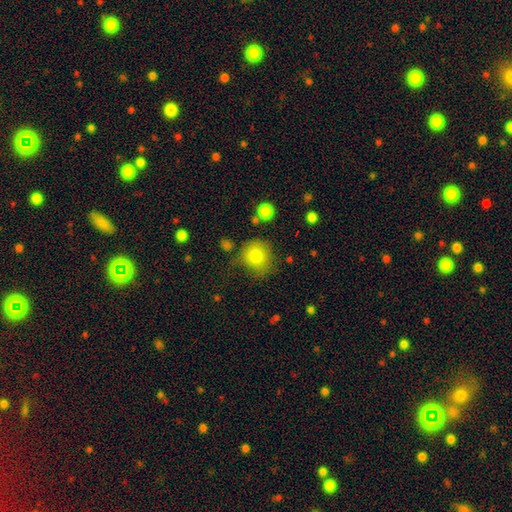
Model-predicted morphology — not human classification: smooth-or-featured: smooth: 79% | star or artifact: 12% | featured or disk: 10%
  how-rounded: round: 86% | in between: 13% | cigar-shaped: 1%
  merging: none: 68% | minor disturbance: 19% | major disturbance: 8% | merger: 4%